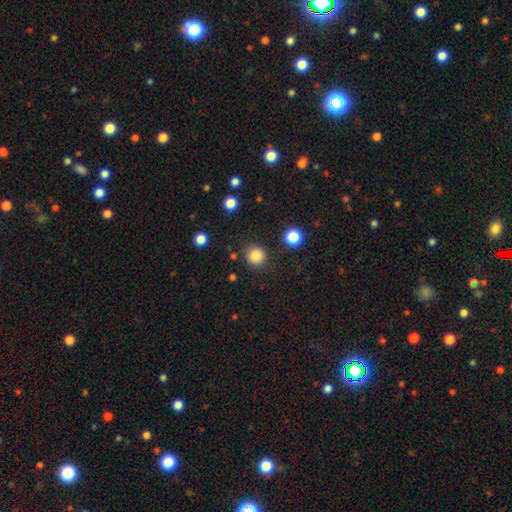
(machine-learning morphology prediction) A smooth galaxy with no disk features (85%) that is round (93%).

Vote fractions:
- Smooth or featured? smooth: 85% / star or artifact: 12% / featured or disk: 3%
- How rounded? round: 93% / in between: 6% / cigar-shaped: 1%
- Merging? none: 87% / minor disturbance: 8% / major disturbance: 3% / merger: 3%